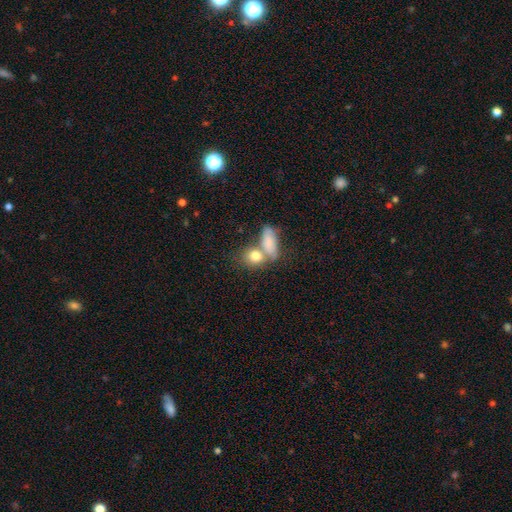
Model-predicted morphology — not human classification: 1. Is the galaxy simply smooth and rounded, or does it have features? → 80% smooth, 12% featured or disk, 9% star or artifact.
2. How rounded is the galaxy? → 56% in between, 40% round, 4% cigar-shaped.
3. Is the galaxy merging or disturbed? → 45% merger, 37% none, 11% minor disturbance, 6% major disturbance.